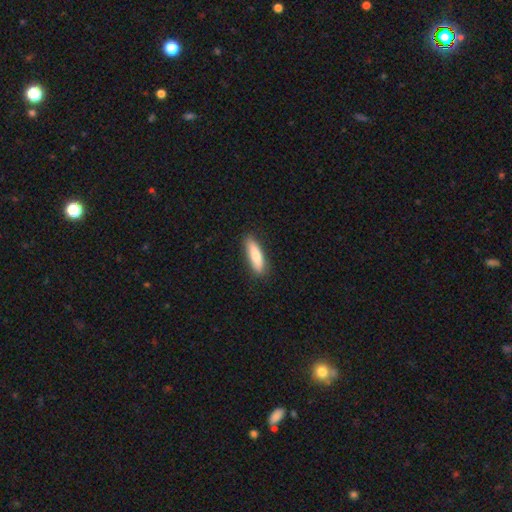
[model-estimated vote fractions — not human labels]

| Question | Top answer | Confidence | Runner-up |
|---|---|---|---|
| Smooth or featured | smooth | 79% | featured or disk (16%) |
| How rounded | cigar-shaped | 66% | in between (32%) |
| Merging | none | 86% | minor disturbance (11%) |